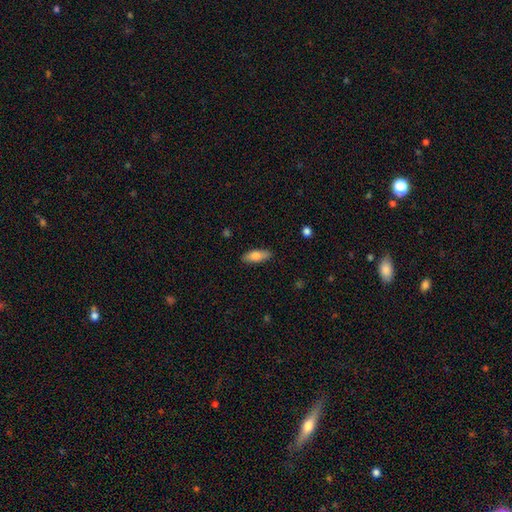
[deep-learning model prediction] Overall: smooth (75%). How rounded: in between (68%; cigar-shaped 29%). Merging: none (87%).